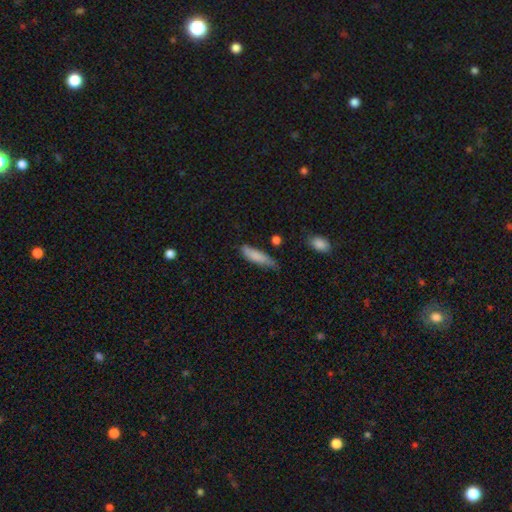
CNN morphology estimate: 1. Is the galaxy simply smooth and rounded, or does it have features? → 83% smooth, 10% featured or disk, 7% star or artifact.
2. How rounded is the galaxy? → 61% cigar-shaped, 38% in between, 2% round.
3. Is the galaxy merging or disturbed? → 57% none, 33% minor disturbance, 7% major disturbance, 3% merger.